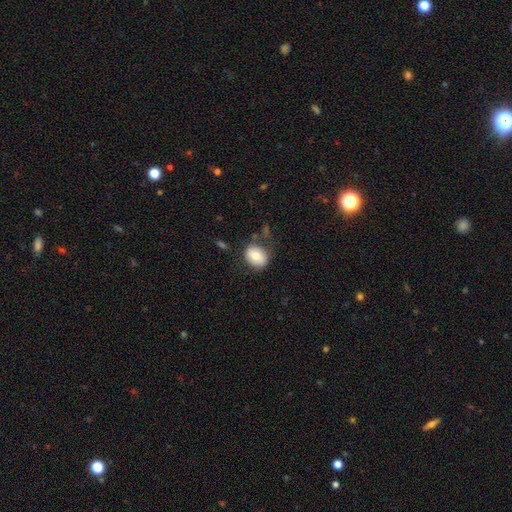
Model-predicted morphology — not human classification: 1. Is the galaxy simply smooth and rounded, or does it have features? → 72% smooth, 20% featured or disk, 8% star or artifact.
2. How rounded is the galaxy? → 50% in between, 49% round, 1% cigar-shaped.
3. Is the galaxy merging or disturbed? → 73% none, 17% minor disturbance, 7% major disturbance, 4% merger.